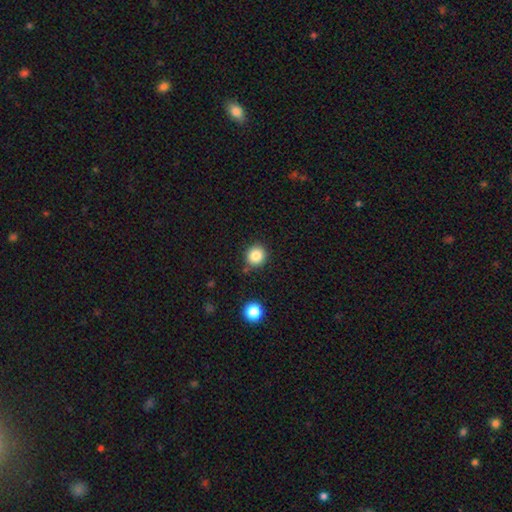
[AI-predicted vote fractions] smooth_or_featured: smooth (p=0.84) [alt: star or artifact p=0.11]
how_rounded: round (p=0.90) [alt: in between p=0.09]
merging: none (p=0.85) [alt: minor disturbance p=0.09]